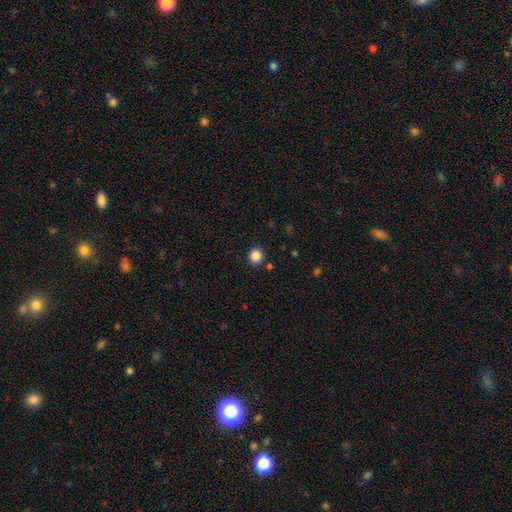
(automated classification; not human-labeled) This appears to be a smooth galaxy with no disk features (86%) that is round (87%). Merging: none (89%).